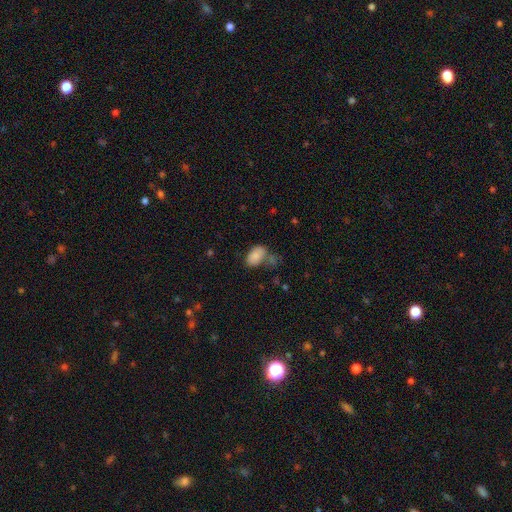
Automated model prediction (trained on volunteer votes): Smooth or featured: smooth — 83% (featured or disk — 9%)
How rounded: in between — 90% (round — 8%)
Merging: none — 52% (minor disturbance — 22%)